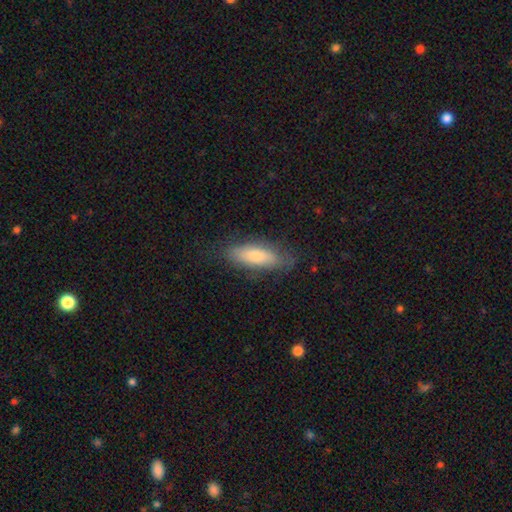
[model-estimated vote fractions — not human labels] A smooth galaxy with no disk features (73%) that is in between round and cigar-shaped (61%).

Vote fractions:
- Smooth or featured? smooth: 73% / featured or disk: 20% / star or artifact: 6%
- How rounded? in between: 61% / cigar-shaped: 37% / round: 2%
- Merging? none: 76% / minor disturbance: 18% / major disturbance: 5% / merger: 1%